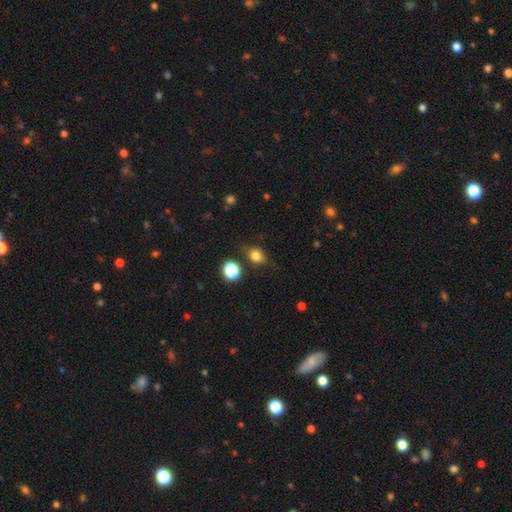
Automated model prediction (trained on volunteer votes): Smooth or featured?
  - smooth: 77% *
  - star or artifact: 13%
  - featured or disk: 11%
How rounded?
  - in between: 56% *
  - round: 42%
  - cigar-shaped: 2%
Merging?
  - none: 73% *
  - minor disturbance: 19%
  - major disturbance: 5%
  - merger: 3%